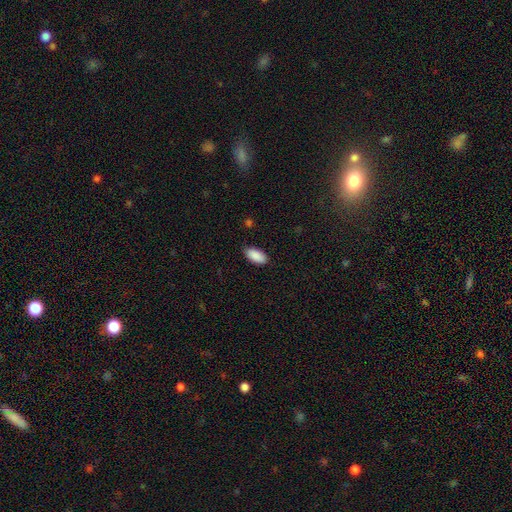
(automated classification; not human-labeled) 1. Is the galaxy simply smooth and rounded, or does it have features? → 90% smooth, 6% star or artifact, 3% featured or disk.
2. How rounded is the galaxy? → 93% in between, 5% cigar-shaped, 2% round.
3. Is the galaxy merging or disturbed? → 86% none, 11% minor disturbance, 2% major disturbance, 1% merger.